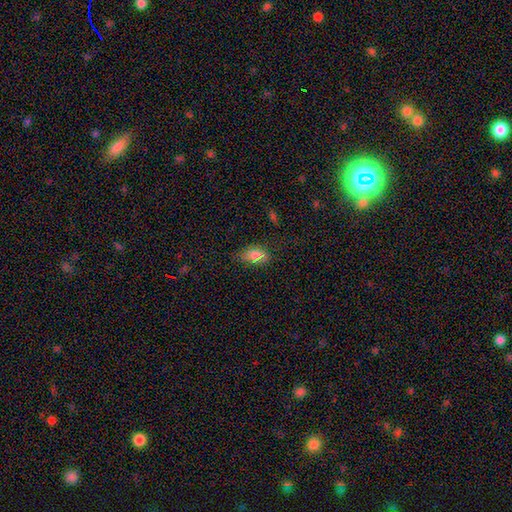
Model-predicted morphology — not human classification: Q: Smooth or featured?
A: smooth (71%); runner-up: star or artifact (20%)
Q: How rounded?
A: in between (87%); runner-up: round (9%)
Q: Merging?
A: none (72%); runner-up: minor disturbance (18%)